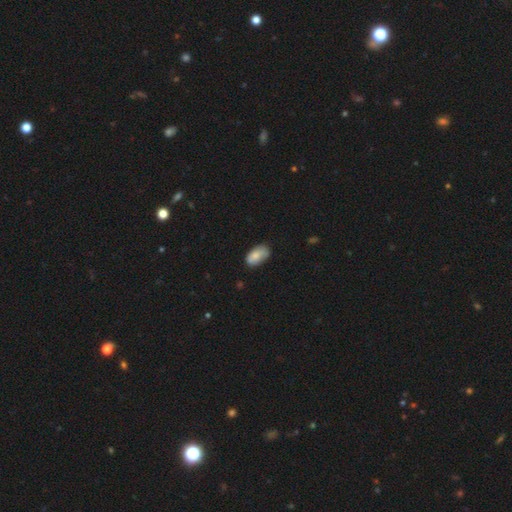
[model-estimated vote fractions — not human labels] smooth-or-featured: smooth: 81% | featured or disk: 12% | star or artifact: 7%
  how-rounded: in between: 94% | round: 4% | cigar-shaped: 2%
  merging: none: 65% | minor disturbance: 28% | major disturbance: 5% | merger: 2%